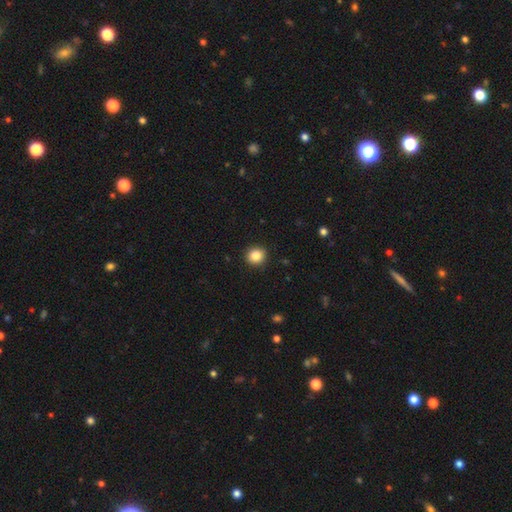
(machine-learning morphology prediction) Smooth or featured? Predicted: smooth (p=0.86). How rounded? Predicted: round (p=0.89). Merging? Predicted: none (p=0.92).